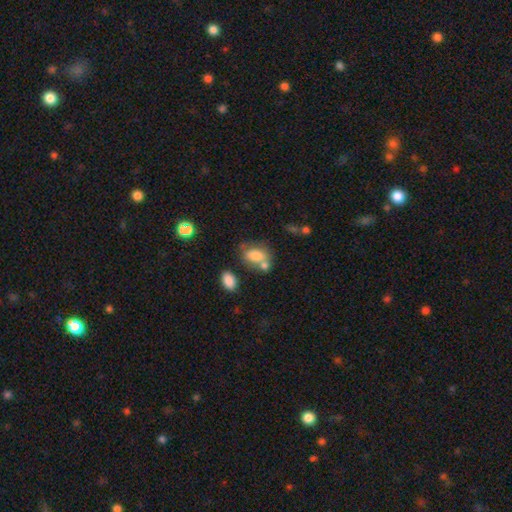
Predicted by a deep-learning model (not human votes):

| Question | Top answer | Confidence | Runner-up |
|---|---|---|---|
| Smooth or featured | smooth | 73% | featured or disk (17%) |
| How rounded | in between | 79% | round (18%) |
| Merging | none | 44% | merger (31%) |